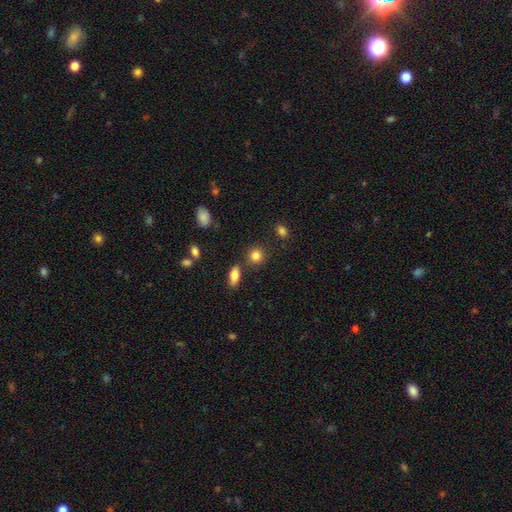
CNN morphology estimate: smooth-or-featured: smooth: 84% | star or artifact: 10% | featured or disk: 6%
  how-rounded: round: 82% | in between: 17% | cigar-shaped: 2%
  merging: none: 81% | minor disturbance: 9% | merger: 7% | major disturbance: 3%